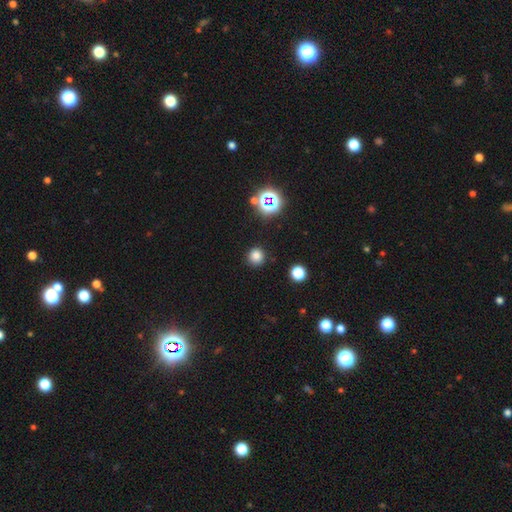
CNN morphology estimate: Smooth or featured? Predicted: smooth (p=0.78). How rounded? Predicted: round (p=0.92). Merging? Predicted: none (p=0.89).